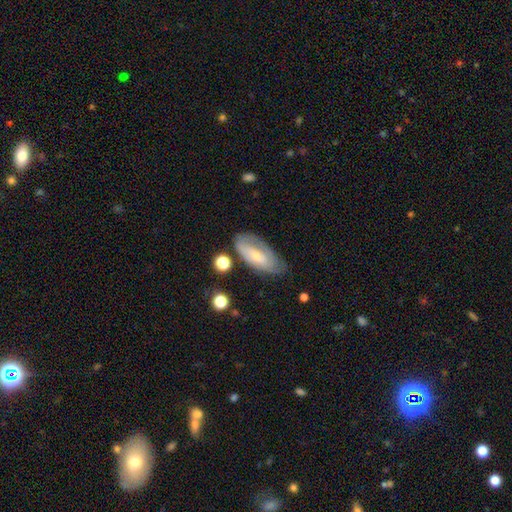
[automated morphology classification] Smooth or featured? featured or disk (52%)
Edge-on disk? no (84%)
Merging? none (61%)